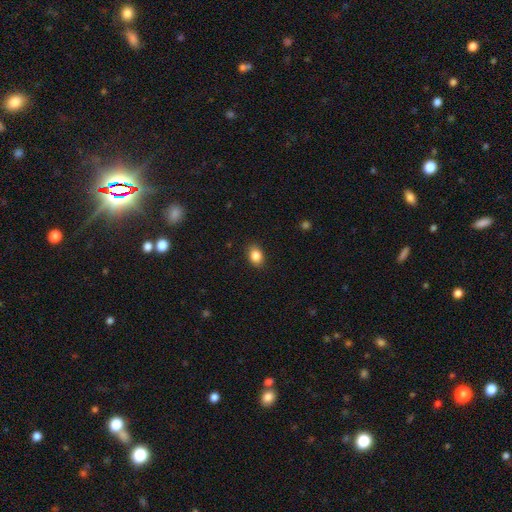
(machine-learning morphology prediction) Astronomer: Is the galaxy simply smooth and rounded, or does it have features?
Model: smooth — 86%.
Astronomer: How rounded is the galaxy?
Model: in between — 70%.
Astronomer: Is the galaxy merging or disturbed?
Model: none — 88%.